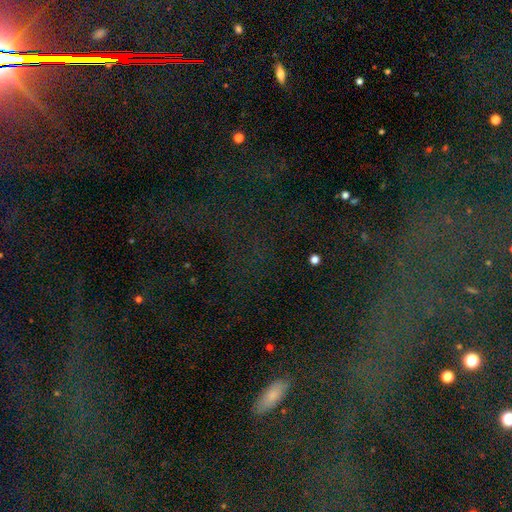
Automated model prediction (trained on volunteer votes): star or artifact 68%, featured or disk 16%, smooth 16%.